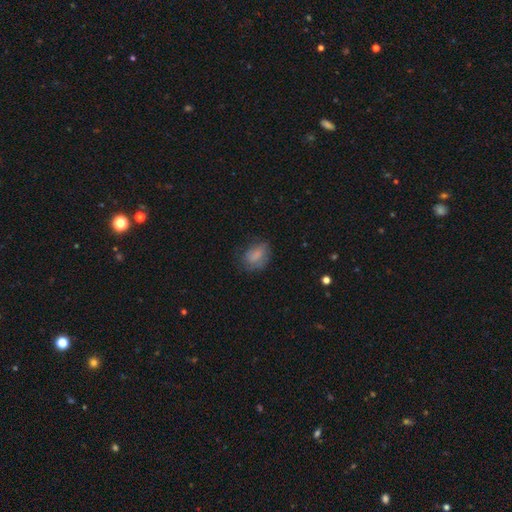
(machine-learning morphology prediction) Q: Smooth or featured?
A: smooth (76%); runner-up: featured or disk (15%)
Q: How rounded?
A: in between (74%); runner-up: round (24%)
Q: Merging?
A: none (60%); runner-up: minor disturbance (27%)